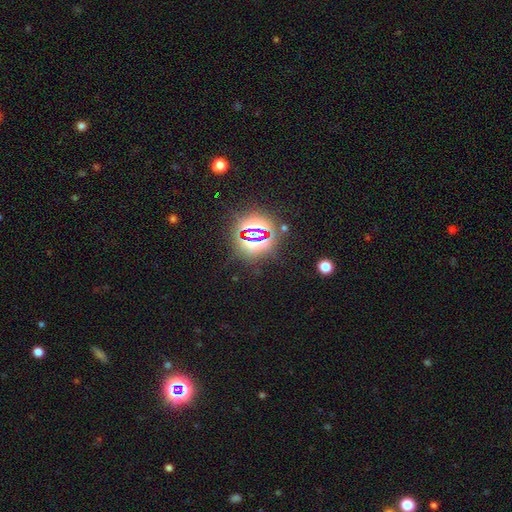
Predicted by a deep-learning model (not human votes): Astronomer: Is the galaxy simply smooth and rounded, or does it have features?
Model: star or artifact — 81%.